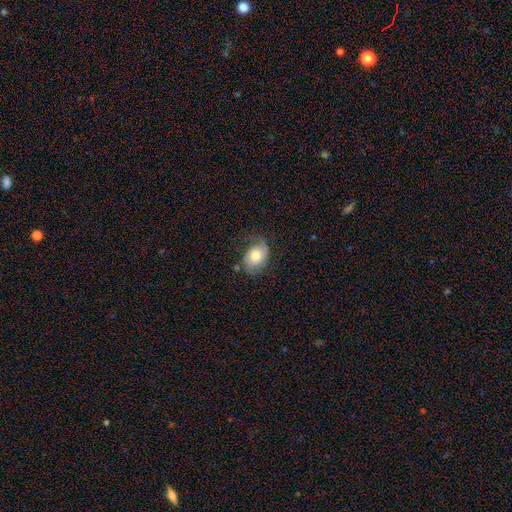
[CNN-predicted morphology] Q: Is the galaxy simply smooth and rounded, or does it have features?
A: smooth — 54%.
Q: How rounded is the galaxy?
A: in between — 66%.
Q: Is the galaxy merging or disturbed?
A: none — 51%.